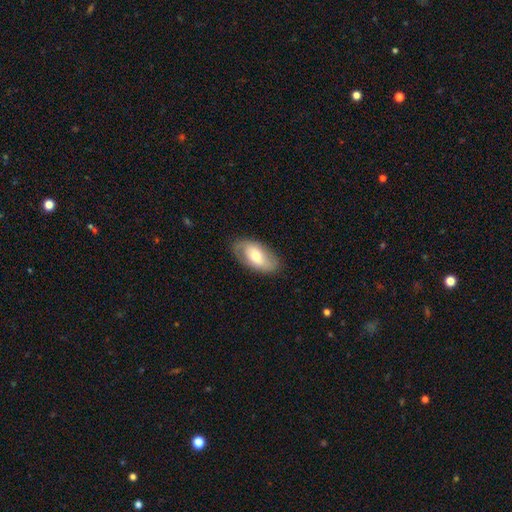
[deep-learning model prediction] smooth_or_featured: featured or disk (p=0.49) [alt: smooth p=0.45]
merging: none (p=0.81) [alt: minor disturbance p=0.14]